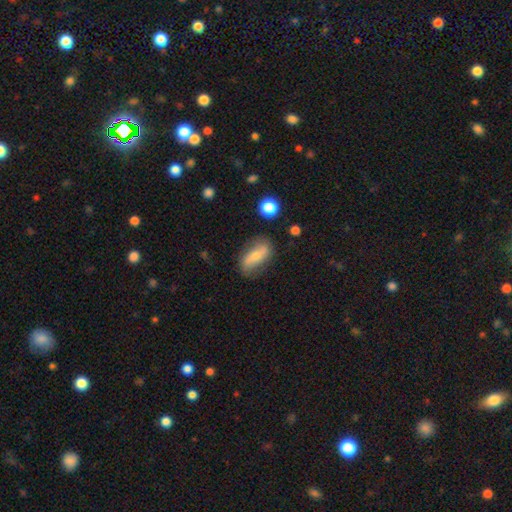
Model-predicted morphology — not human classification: Smooth or featured?
  - smooth: 52% *
  - featured or disk: 40%
  - star or artifact: 8%
How rounded?
  - in between: 77% *
  - cigar-shaped: 17%
  - round: 6%
Merging?
  - none: 72% *
  - minor disturbance: 19%
  - major disturbance: 6%
  - merger: 3%